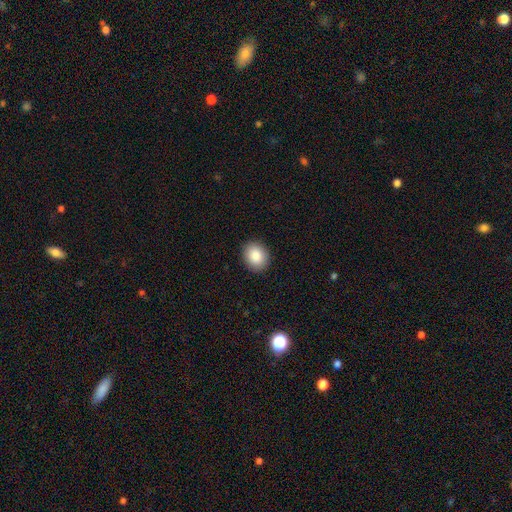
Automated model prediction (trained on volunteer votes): smooth_or_featured: smooth (p=0.87) [alt: star or artifact p=0.08]
how_rounded: round (p=0.53) [alt: in between p=0.46]
merging: none (p=0.90) [alt: minor disturbance p=0.07]